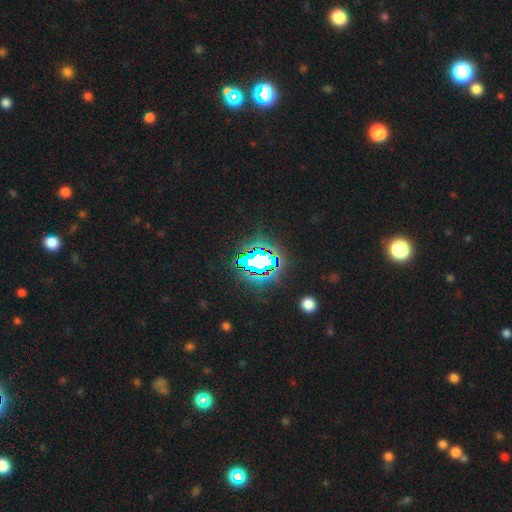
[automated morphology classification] Smooth or featured? star or artifact (72%)